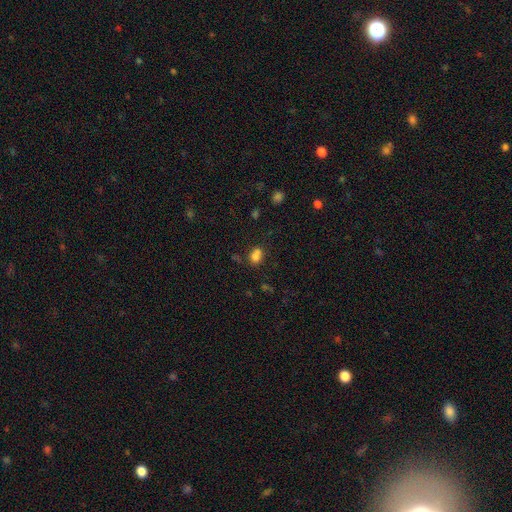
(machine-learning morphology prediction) Smooth or featured: smooth — 76% (star or artifact — 15%)
How rounded: in between — 61% (round — 37%)
Merging: none — 49% (merger — 28%)